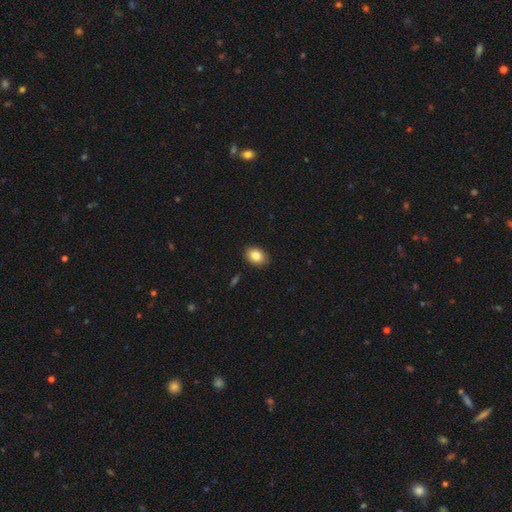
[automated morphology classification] Smooth or featured? smooth (84%)
How rounded? in between (74%)
Merging? none (89%)